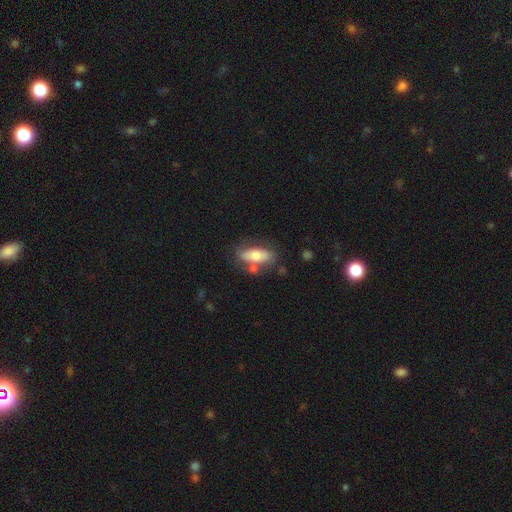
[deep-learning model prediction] This is likely a smooth galaxy (62%). How rounded: likely in between (79%). Merging: likely none (63%).